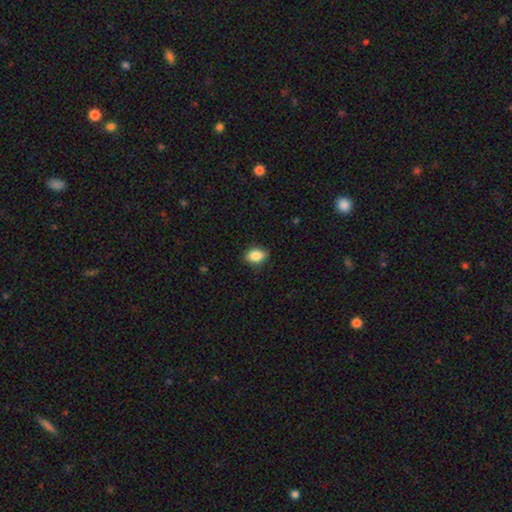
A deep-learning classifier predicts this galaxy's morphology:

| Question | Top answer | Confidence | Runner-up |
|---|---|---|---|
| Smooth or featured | smooth | 87% | star or artifact (8%) |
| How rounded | in between | 83% | round (15%) |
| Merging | none | 82% | minor disturbance (15%) |